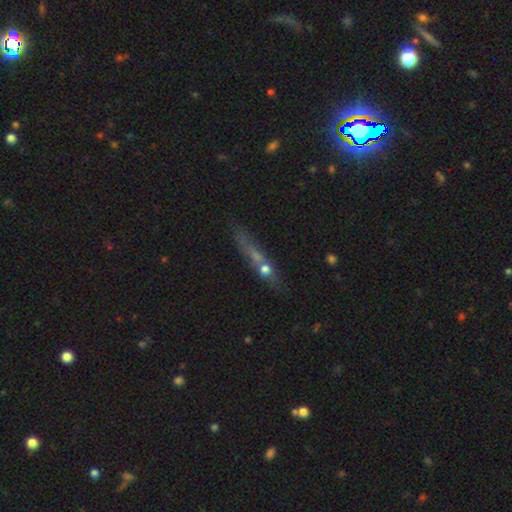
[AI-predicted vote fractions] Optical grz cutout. It shows a smooth galaxy with no disk features (41%). Merging: none (58%).